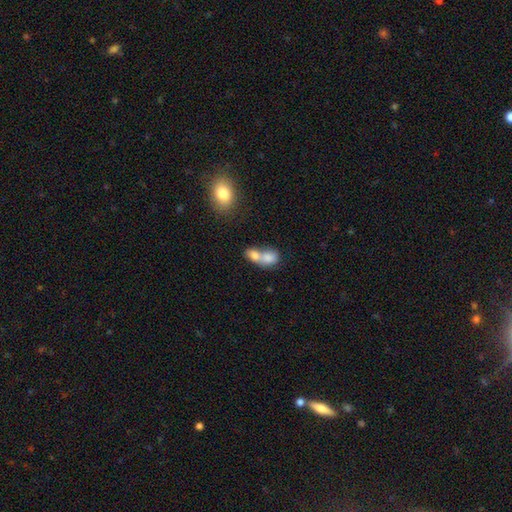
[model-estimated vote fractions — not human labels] The model was most divided on "how rounded": in between: 66%, round: 31%, cigar-shaped: 3%. More confident: smooth or featured — smooth (76%); merging — merger (76%).